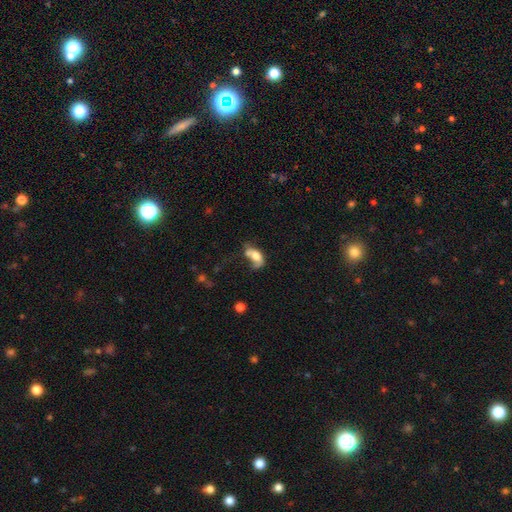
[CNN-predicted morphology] Smooth or featured? smooth (60%)
How rounded? in between (85%)
Merging? merger (30%)